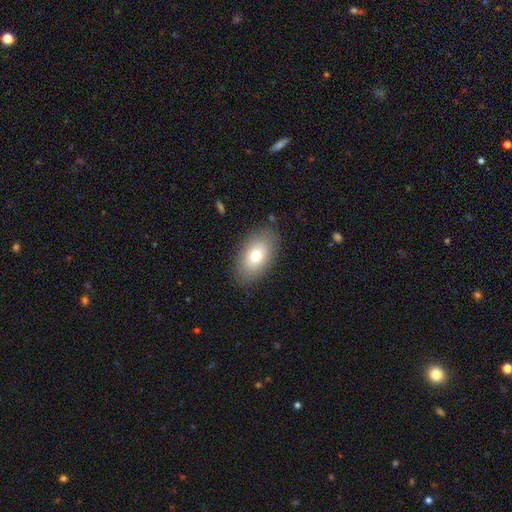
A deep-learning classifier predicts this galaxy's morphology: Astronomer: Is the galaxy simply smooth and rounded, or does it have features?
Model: smooth — 75%.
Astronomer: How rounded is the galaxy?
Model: in between — 92%.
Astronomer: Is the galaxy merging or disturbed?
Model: none — 85%.